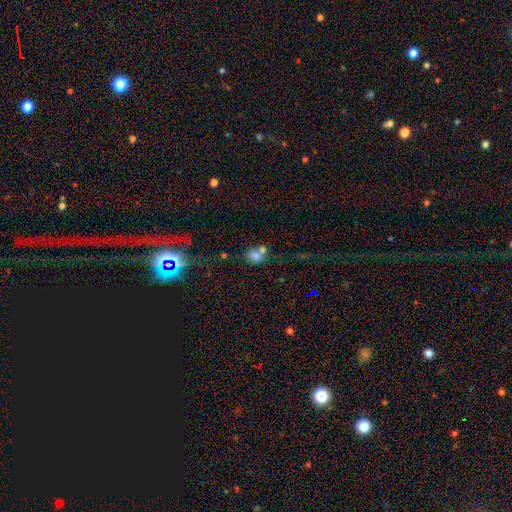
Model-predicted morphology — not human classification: Smooth or featured: smooth — 74% (star or artifact — 14%)
How rounded: round — 62% (in between — 37%)
Merging: merger — 44% (none — 41%)